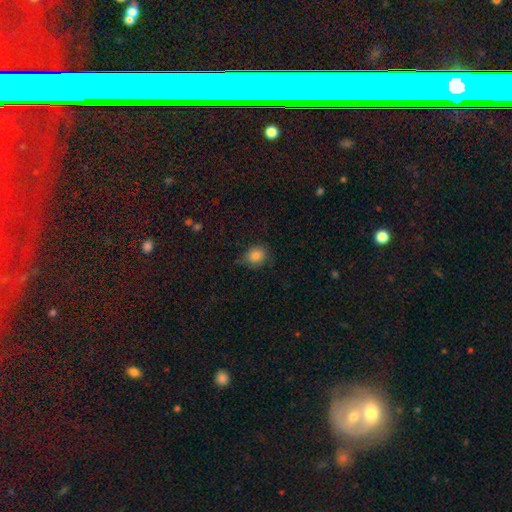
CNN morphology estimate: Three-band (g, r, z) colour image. It shows a smooth galaxy with no disk features (84%) that is round (68%). Merging: none (71%).